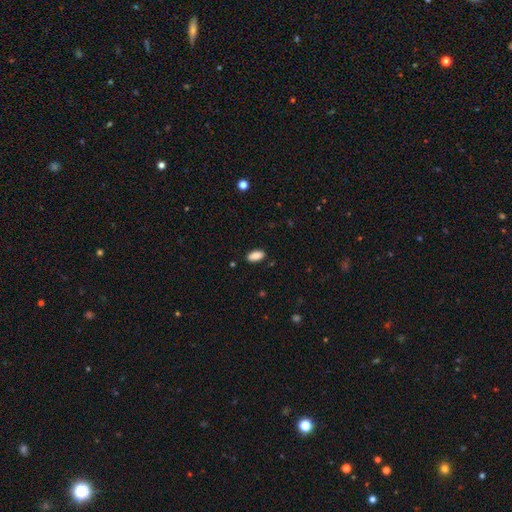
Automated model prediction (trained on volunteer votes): smooth-or-featured: smooth: 89% | star or artifact: 7% | featured or disk: 4%
  how-rounded: in between: 91% | cigar-shaped: 6% | round: 3%
  merging: none: 87% | minor disturbance: 10% | major disturbance: 2% | merger: 1%